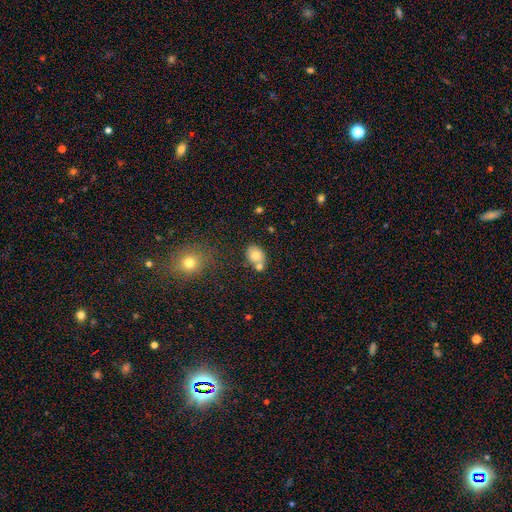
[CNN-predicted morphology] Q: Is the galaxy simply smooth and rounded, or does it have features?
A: smooth — 77%.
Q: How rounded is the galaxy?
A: in between — 62%.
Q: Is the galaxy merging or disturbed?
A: none — 56%.